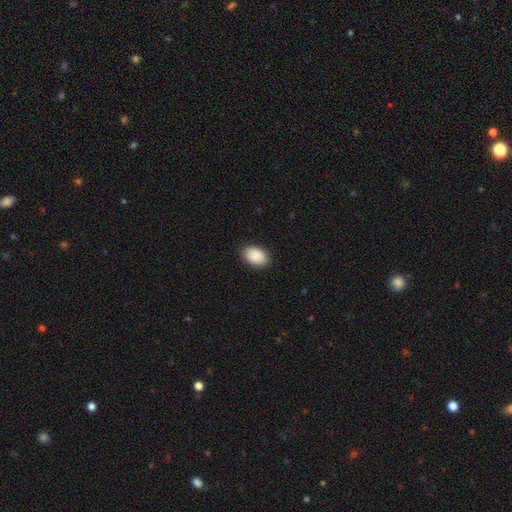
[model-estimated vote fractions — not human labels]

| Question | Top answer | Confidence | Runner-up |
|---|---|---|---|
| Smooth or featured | smooth | 91% | star or artifact (6%) |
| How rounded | in between | 87% | round (12%) |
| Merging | none | 89% | minor disturbance (8%) |